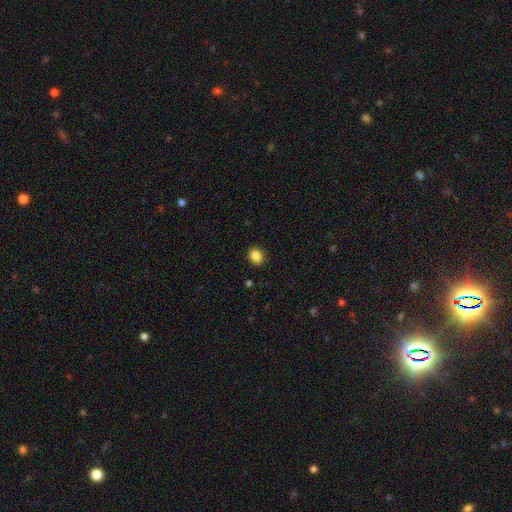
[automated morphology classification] The model was most divided on "how rounded": in between: 58%, round: 42%, cigar-shaped: 1%. More confident: merging — none (90%); smooth or featured — smooth (87%).